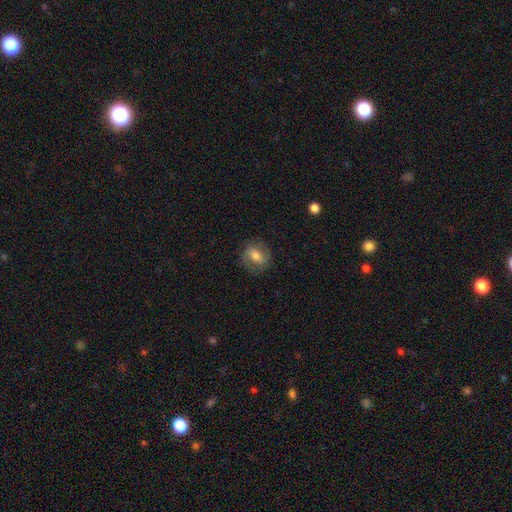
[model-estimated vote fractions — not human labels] Q: Smooth or featured?
A: featured or disk (48%); runner-up: smooth (44%)
Q: Merging?
A: none (77%); runner-up: minor disturbance (15%)